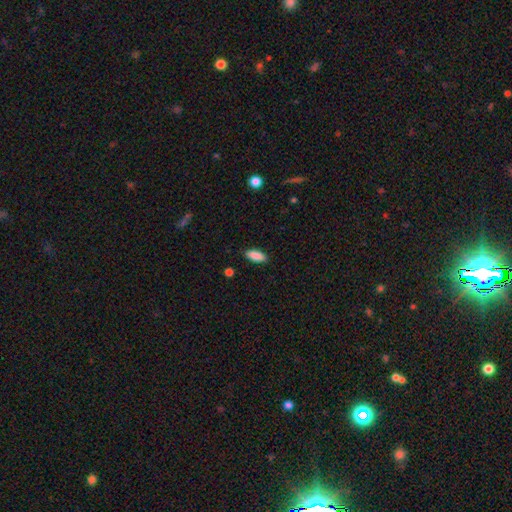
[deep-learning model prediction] smooth 89%, star or artifact 7%, featured or disk 4%. Down the decision tree: how rounded — in between (78%); merging — none (88%).